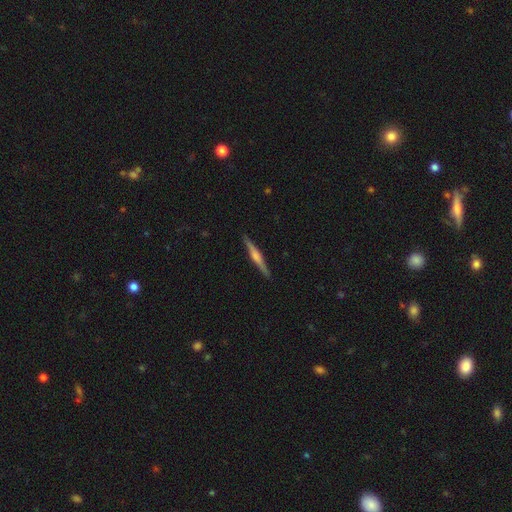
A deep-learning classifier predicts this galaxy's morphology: A featured or disk galaxy (75%) viewed edge-on (98%) with a rounded central bulge (70%).

Vote fractions:
- Smooth or featured? featured or disk: 75% / smooth: 20% / star or artifact: 6%
- Edge-on disk? yes: 98% / no: 2%
- Edge-on bulge? rounded: 70% / boxy: 19% / none: 11%
- Merging? none: 92% / minor disturbance: 6% / major disturbance: 1% / merger: 1%